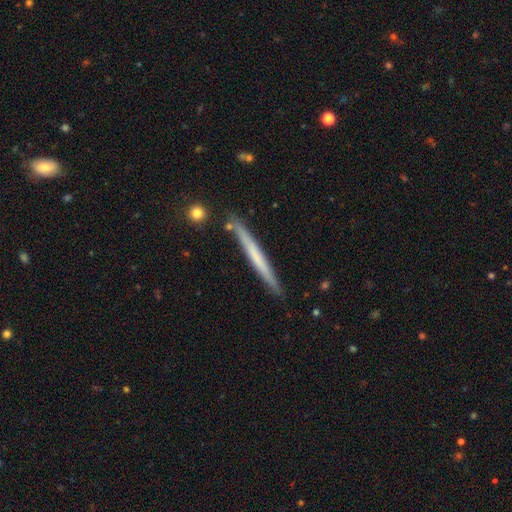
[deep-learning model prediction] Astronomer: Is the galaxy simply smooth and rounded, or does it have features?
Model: smooth — 49% (runner-up: featured or disk, 46%).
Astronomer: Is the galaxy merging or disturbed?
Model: none — 87%.